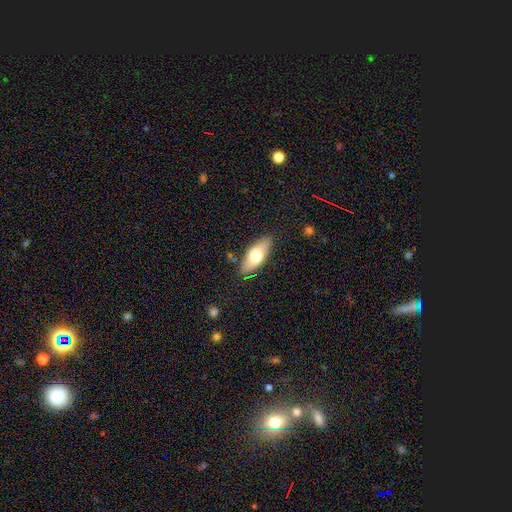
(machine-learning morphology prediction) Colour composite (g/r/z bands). It shows a smooth galaxy with no disk features (66%) that is in between round and cigar-shaped (80%). Merging: none (84%).